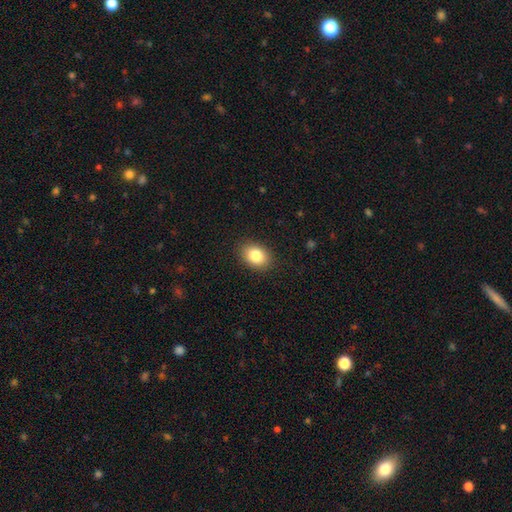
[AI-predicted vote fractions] Q: Smooth or featured?
A: smooth (84%); runner-up: star or artifact (9%)
Q: How rounded?
A: in between (73%); runner-up: round (26%)
Q: Merging?
A: none (88%); runner-up: minor disturbance (8%)